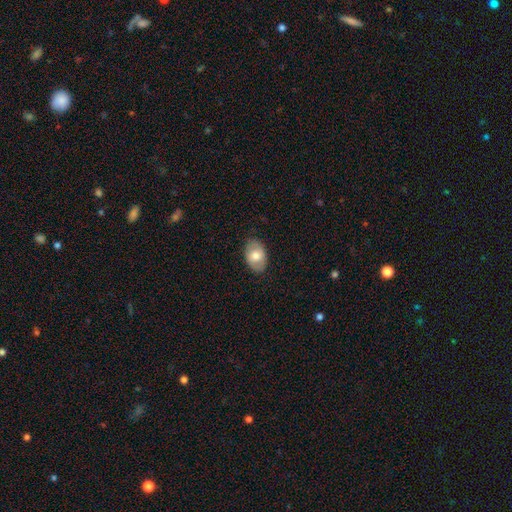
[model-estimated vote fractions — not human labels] smooth-or-featured: smooth: 68% | featured or disk: 25% | star or artifact: 6%
  how-rounded: in between: 86% | round: 13% | cigar-shaped: 1%
  merging: none: 84% | minor disturbance: 12% | major disturbance: 3% | merger: 1%